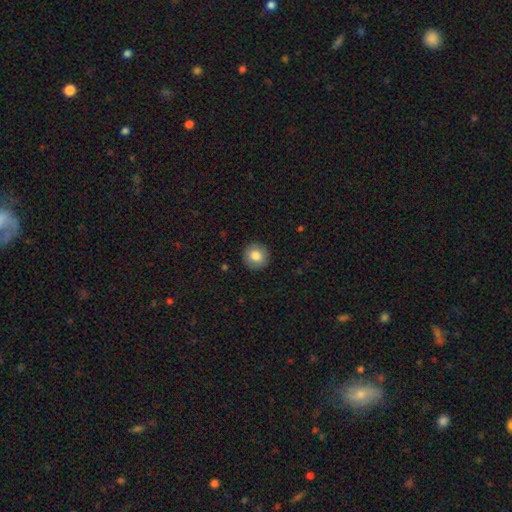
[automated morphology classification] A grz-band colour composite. It shows a smooth galaxy with no disk features (82%) that is round (94%). Merging: none (92%).